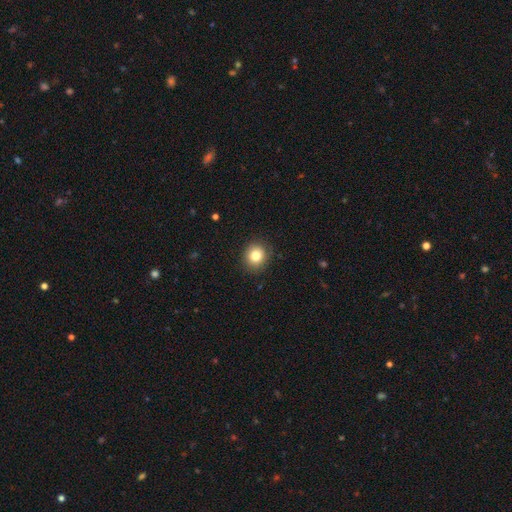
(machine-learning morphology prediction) Smooth or featured: smooth — 82% (star or artifact — 11%)
How rounded: round — 87% (in between — 12%)
Merging: none — 89% (minor disturbance — 8%)